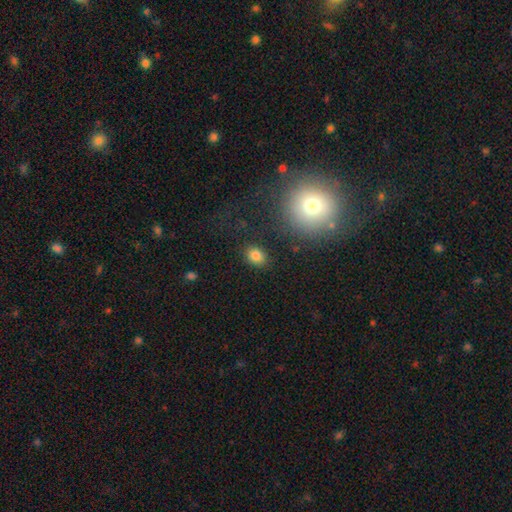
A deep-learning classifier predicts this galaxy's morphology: A smooth galaxy with no disk features (83%) that is in between round and cigar-shaped (60%). Merging: none (85%).